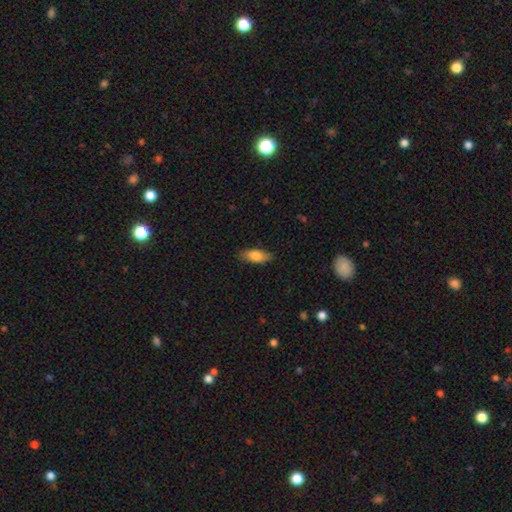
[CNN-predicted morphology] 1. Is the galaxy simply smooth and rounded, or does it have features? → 77% smooth, 16% featured or disk, 7% star or artifact.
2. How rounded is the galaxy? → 77% in between, 20% cigar-shaped, 3% round.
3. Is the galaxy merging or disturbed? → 83% none, 13% minor disturbance, 3% major disturbance, 1% merger.